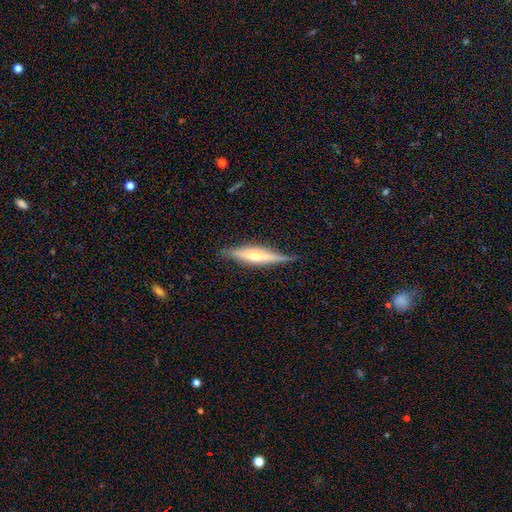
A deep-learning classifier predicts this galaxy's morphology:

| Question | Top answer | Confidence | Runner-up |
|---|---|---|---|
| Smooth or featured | featured or disk | 65% | smooth (29%) |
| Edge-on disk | yes | 96% | no (4%) |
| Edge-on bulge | rounded | 68% | none (18%) |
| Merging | none | 83% | minor disturbance (13%) |